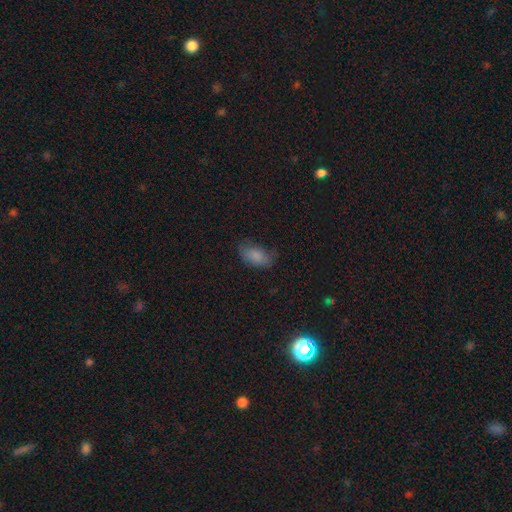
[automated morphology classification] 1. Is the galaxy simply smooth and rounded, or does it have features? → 84% smooth, 9% star or artifact, 8% featured or disk.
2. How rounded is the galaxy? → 92% in between, 5% round, 3% cigar-shaped.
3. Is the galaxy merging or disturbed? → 64% none, 26% minor disturbance, 8% major disturbance, 1% merger.